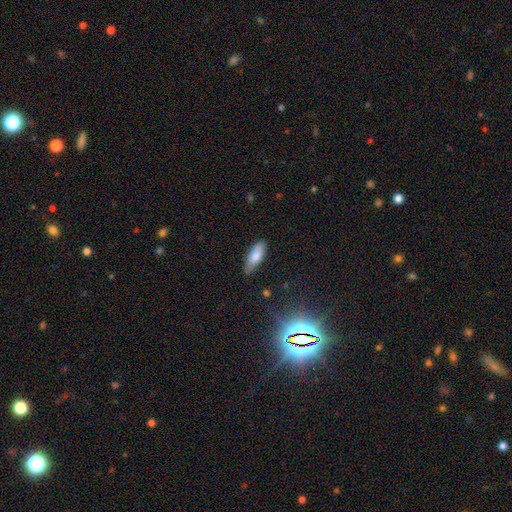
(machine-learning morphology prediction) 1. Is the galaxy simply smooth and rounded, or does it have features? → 82% smooth, 11% featured or disk, 7% star or artifact.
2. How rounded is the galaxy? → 65% in between, 33% cigar-shaped, 2% round.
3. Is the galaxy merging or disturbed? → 79% none, 17% minor disturbance, 3% major disturbance, 1% merger.